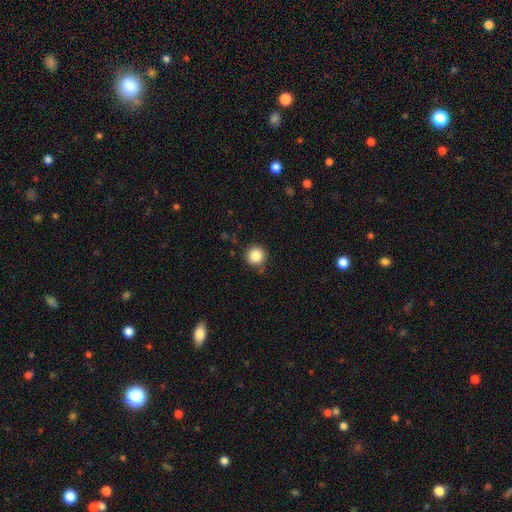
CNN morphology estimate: Smooth or featured?
  - smooth: 85% *
  - star or artifact: 10%
  - featured or disk: 4%
How rounded?
  - round: 95% *
  - in between: 4%
  - cigar-shaped: 1%
Merging?
  - none: 86% *
  - minor disturbance: 9%
  - major disturbance: 3%
  - merger: 2%